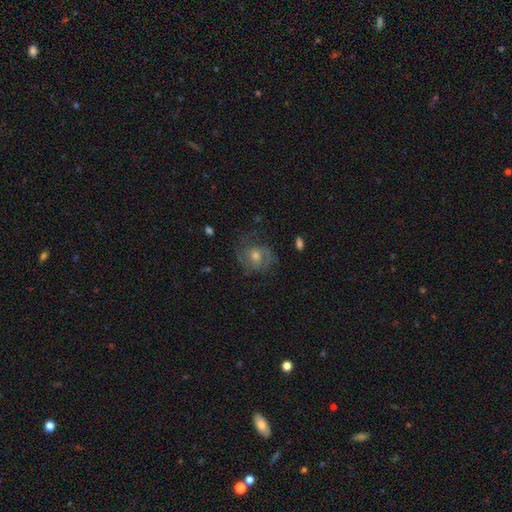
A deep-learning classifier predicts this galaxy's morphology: Smooth or featured? Predicted: featured or disk (p=0.65). Edge-on disk? Predicted: no (p=0.97). Bar? Predicted: no (p=0.70). Spiral arms? Predicted: yes (p=0.86). Spiral winding? Predicted: medium (p=0.43, tied with tight). Spiral arm count? Predicted: 2 (p=0.47). Bulge size? Predicted: moderate (p=0.61). Merging? Predicted: none (p=0.69).